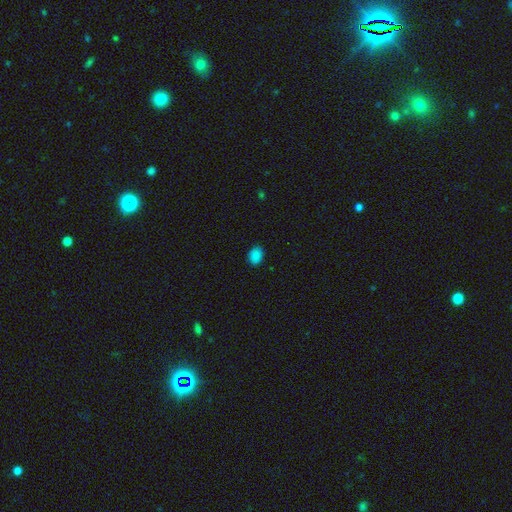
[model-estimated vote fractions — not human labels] smooth-or-featured: smooth: 86% | star or artifact: 11% | featured or disk: 3%
  how-rounded: in between: 72% | round: 27% | cigar-shaped: 1%
  merging: none: 88% | minor disturbance: 9% | major disturbance: 2% | merger: 1%